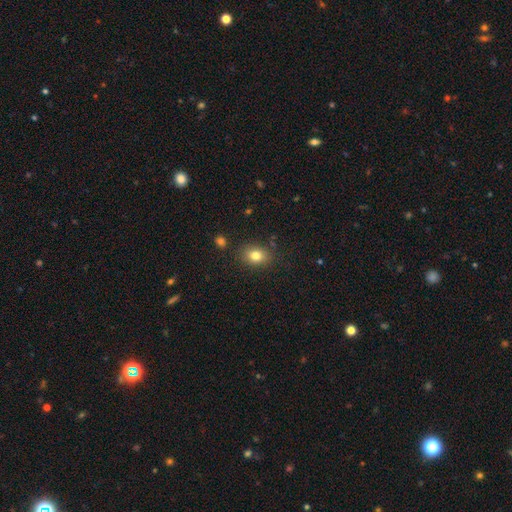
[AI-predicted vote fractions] Smooth or featured? smooth (81%)
How rounded? in between (65%)
Merging? none (83%)